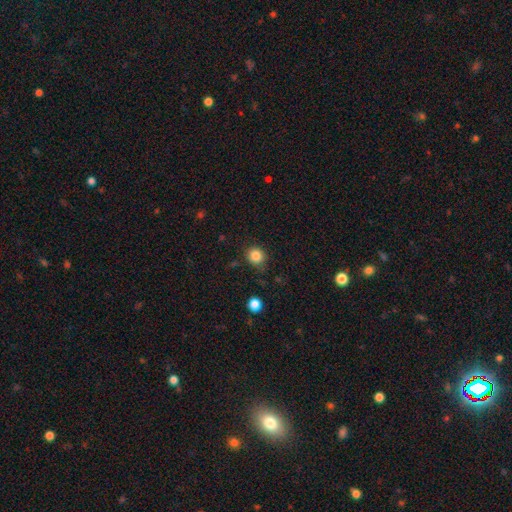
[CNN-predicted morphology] Q: Smooth or featured?
A: smooth (85%); runner-up: star or artifact (11%)
Q: How rounded?
A: round (87%); runner-up: in between (12%)
Q: Merging?
A: none (83%); runner-up: minor disturbance (12%)